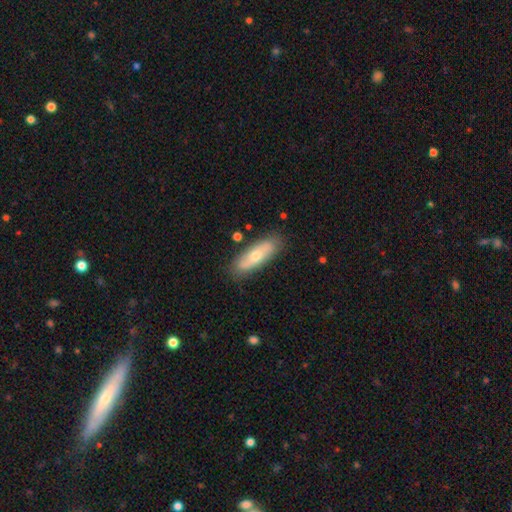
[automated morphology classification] Smooth or featured? smooth (56%)
How rounded? in between (59%)
Merging? none (83%)